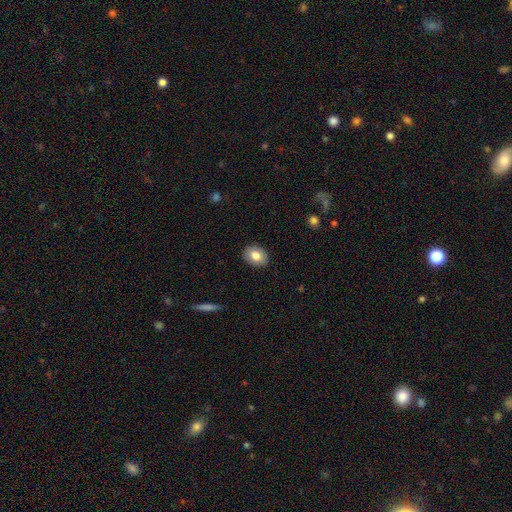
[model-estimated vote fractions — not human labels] Smooth or featured? Predicted: smooth (p=0.80). How rounded? Predicted: in between (p=0.74). Merging? Predicted: none (p=0.88).